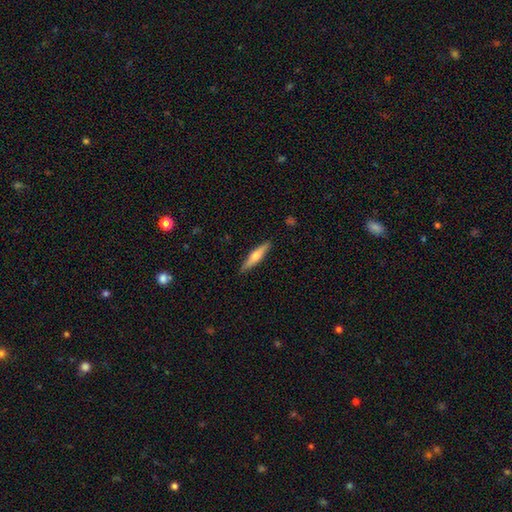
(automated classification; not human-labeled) Smooth or featured?
  - featured or disk: 48% *
  - smooth: 47%
  - star or artifact: 6%
Merging?
  - none: 89% *
  - minor disturbance: 8%
  - major disturbance: 2%
  - merger: 1%